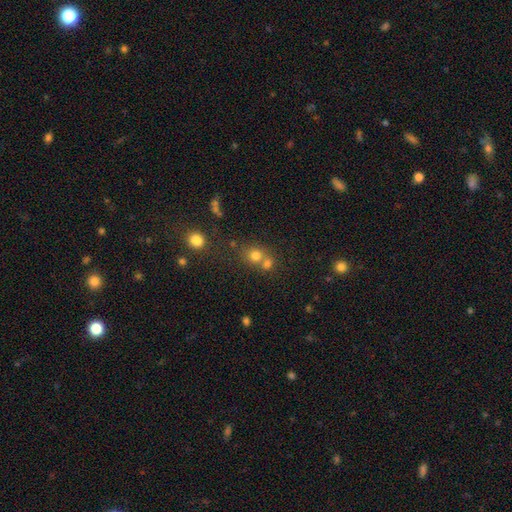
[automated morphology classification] The model was most divided on "merging": none: 46%, merger: 44%, minor disturbance: 7%, major disturbance: 3%. More confident: how rounded — round (80%); smooth or featured — smooth (73%).